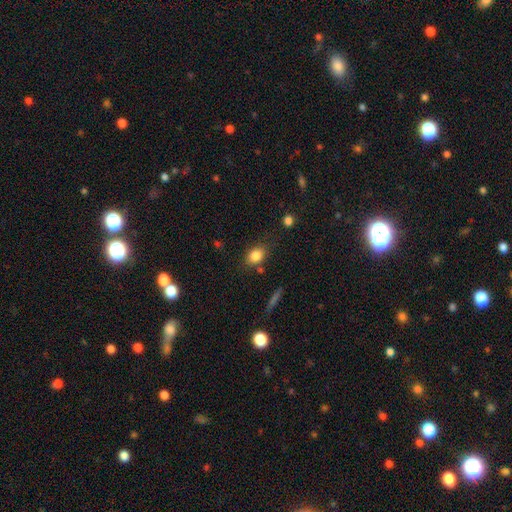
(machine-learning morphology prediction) Smooth or featured: smooth — 83% (star or artifact — 9%)
How rounded: in between — 63% (round — 35%)
Merging: none — 74% (minor disturbance — 16%)